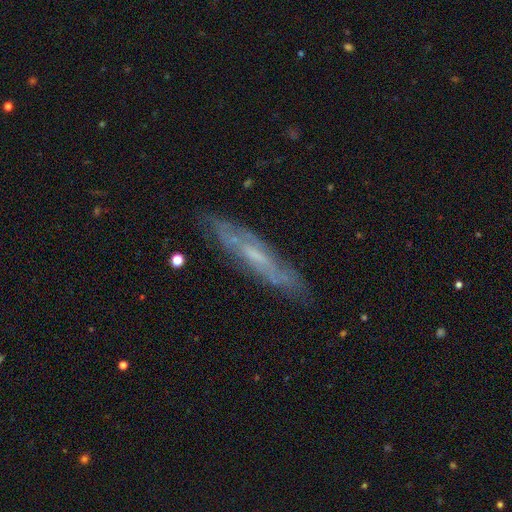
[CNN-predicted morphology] Smooth or featured: featured or disk — 68% (smooth — 24%)
Edge-on disk: yes — 58% (no — 42%)
Merging: none — 79% (minor disturbance — 15%)